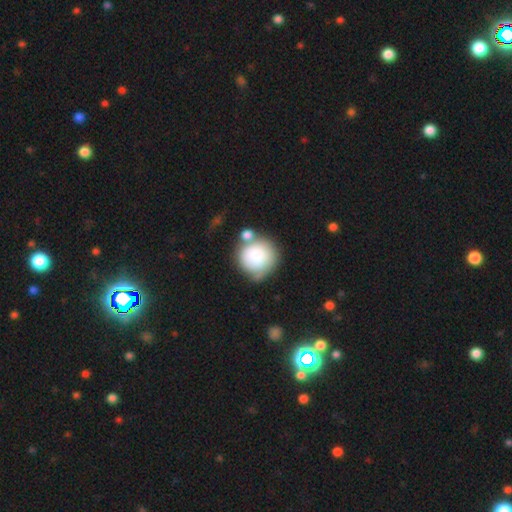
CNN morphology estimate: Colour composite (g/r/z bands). It shows a smooth galaxy with no disk features (78%) that is round (87%). Merging: none (41%).